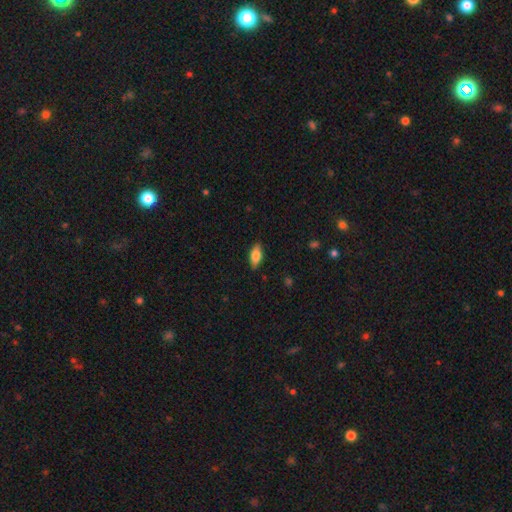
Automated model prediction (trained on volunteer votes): This is likely a smooth galaxy (76%). How rounded: clearly in between (83%). Merging: clearly none (86%).